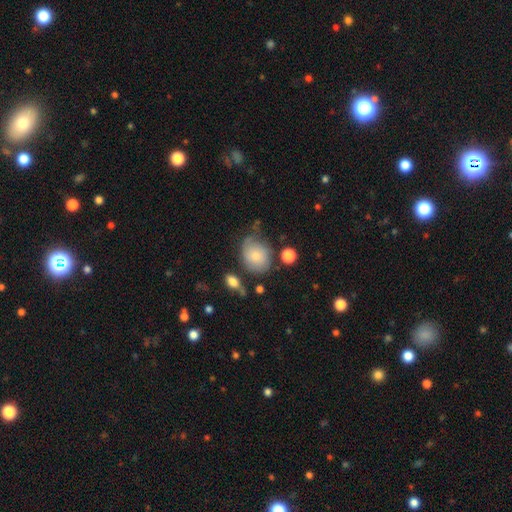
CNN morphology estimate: The model was most divided on "how rounded": round: 54%, in between: 45%, cigar-shaped: 1%. Remaining: smooth or featured — smooth (65%); merging — none (45%).